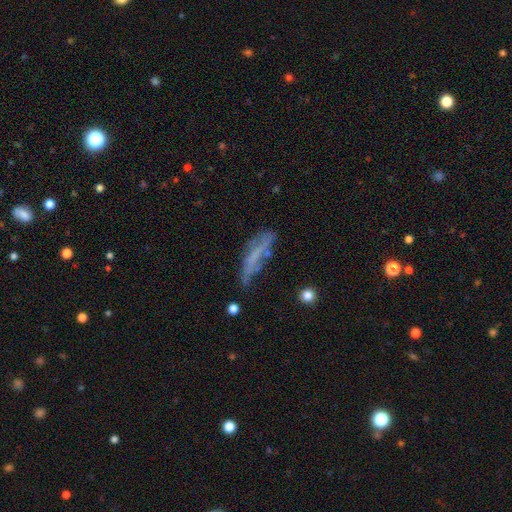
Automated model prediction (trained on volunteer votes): Q: Smooth or featured?
A: featured or disk (47%); runner-up: smooth (41%)
Q: Merging?
A: none (44%); runner-up: minor disturbance (31%)